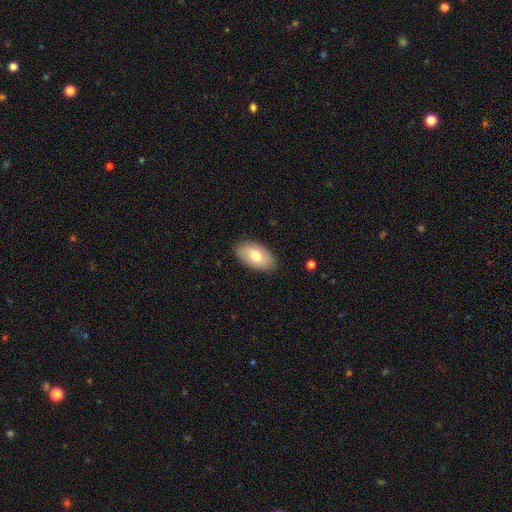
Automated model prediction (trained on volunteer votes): Smooth or featured? Predicted: smooth (p=0.73). How rounded? Predicted: in between (p=0.94). Merging? Predicted: none (p=0.86).